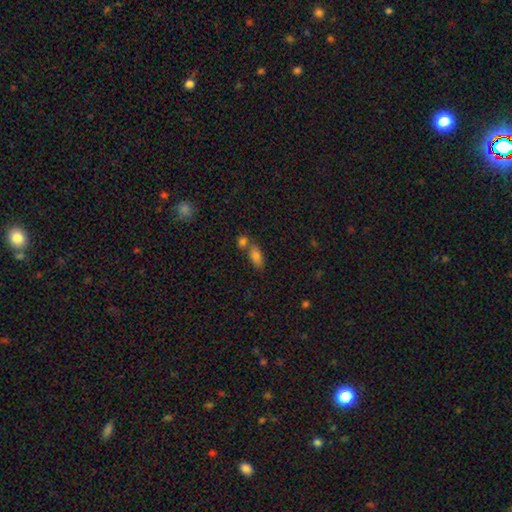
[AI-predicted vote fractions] This is clearly a smooth galaxy (80%). How rounded: clearly in between (84%). Merging: possibly none (47%).